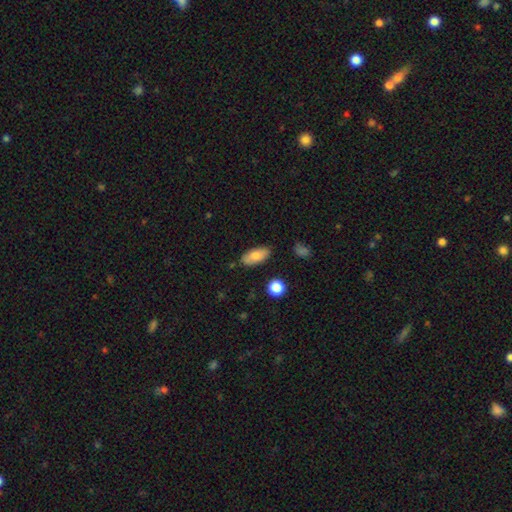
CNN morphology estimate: Smooth or featured: smooth — 78% (featured or disk — 15%)
How rounded: in between — 88% (cigar-shaped — 9%)
Merging: none — 84% (minor disturbance — 12%)